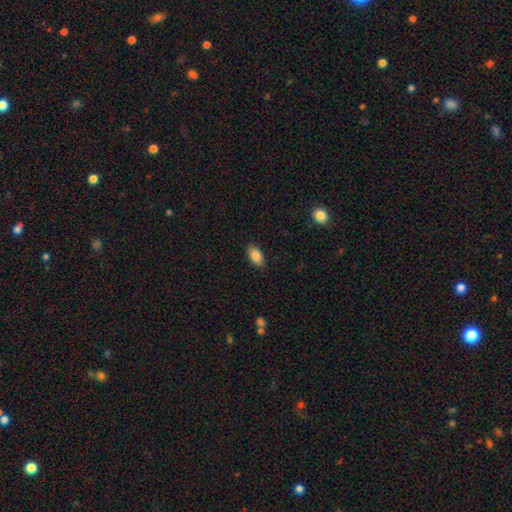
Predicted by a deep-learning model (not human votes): Smooth or featured? Predicted: smooth (p=0.87). How rounded? Predicted: in between (p=0.93). Merging? Predicted: none (p=0.87).